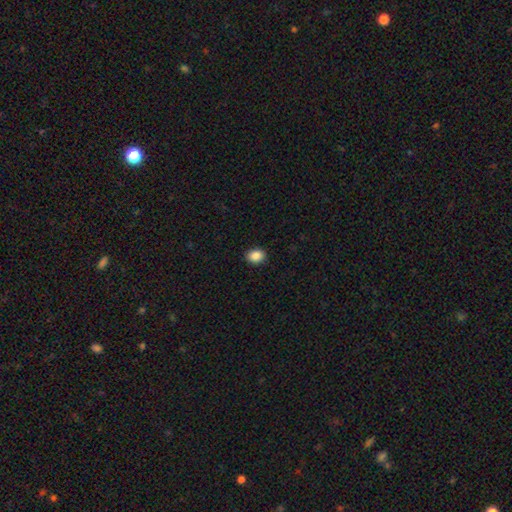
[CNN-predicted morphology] smooth-or-featured: smooth: 88% | star or artifact: 9% | featured or disk: 3%
  how-rounded: in between: 53% | round: 46% | cigar-shaped: 1%
  merging: none: 91% | minor disturbance: 7% | major disturbance: 2% | merger: 1%